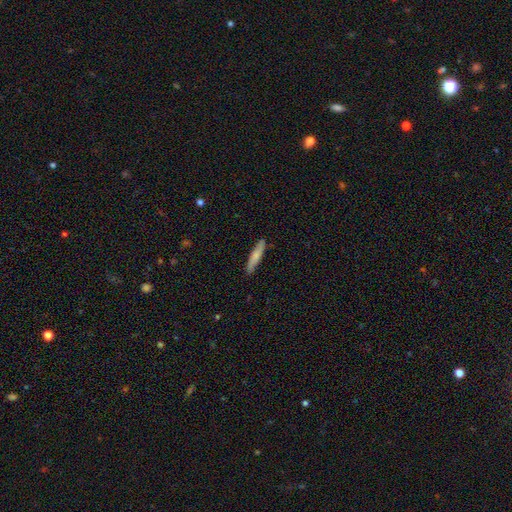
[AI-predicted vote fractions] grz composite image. It shows a smooth galaxy with no disk features (74%) that is cigar-shaped (87%). Merging: none (89%).